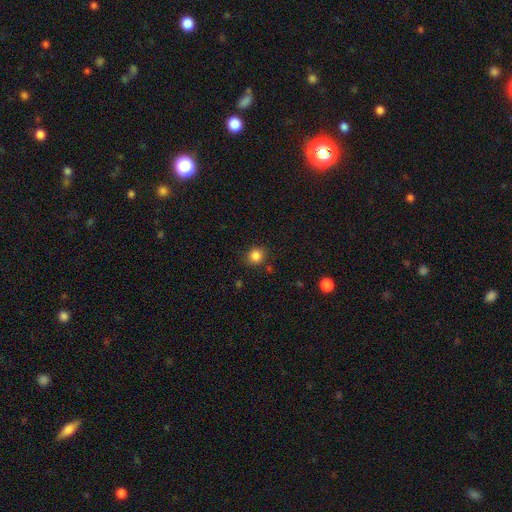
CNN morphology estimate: Smooth or featured: smooth — 84% (star or artifact — 11%)
How rounded: round — 86% (in between — 13%)
Merging: none — 87% (minor disturbance — 9%)